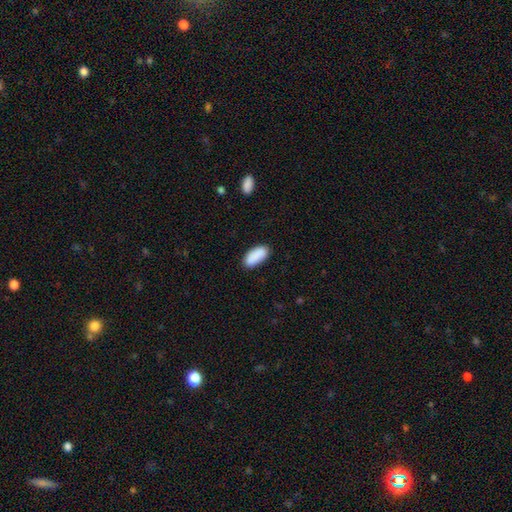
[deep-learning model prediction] smooth 89%, star or artifact 6%, featured or disk 4%. Down the decision tree: how rounded — in between (88%); merging — none (83%).